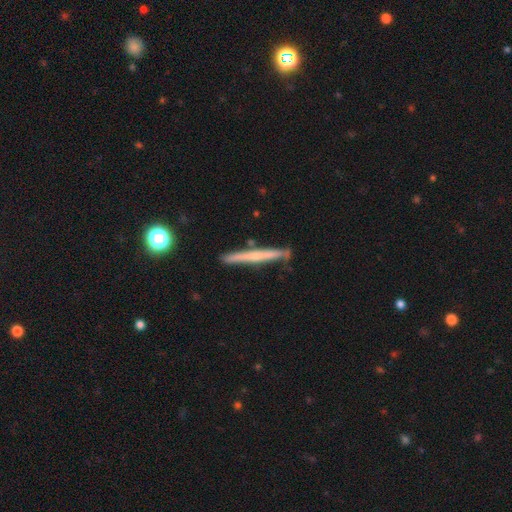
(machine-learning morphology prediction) This is possibly a featured or disk galaxy (60%). It is clearly viewed edge-on (96%). Edge-on bulge: possibly none (50%). Merging: clearly none (84%).